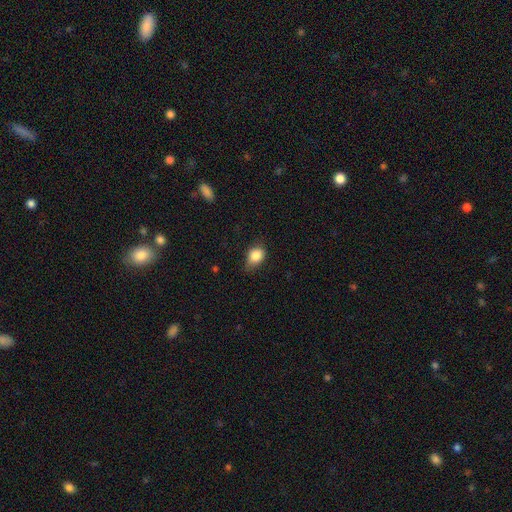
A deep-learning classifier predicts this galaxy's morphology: Smooth or featured: smooth — 84% (star or artifact — 9%)
How rounded: in between — 63% (round — 35%)
Merging: none — 57% (minor disturbance — 35%)